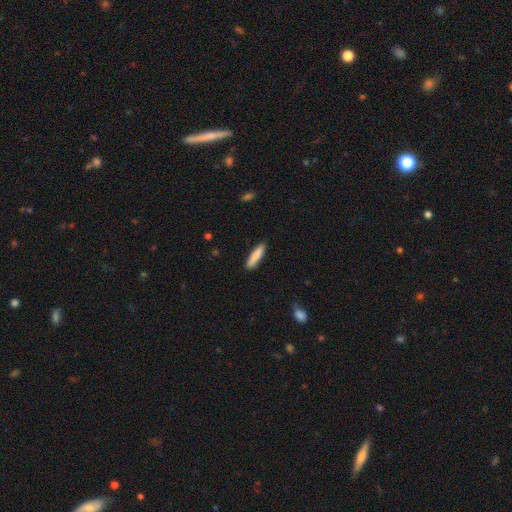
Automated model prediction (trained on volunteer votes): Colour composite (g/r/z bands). It shows a smooth galaxy with no disk features (86%) that is cigar-shaped (79%). Merging: none (87%).